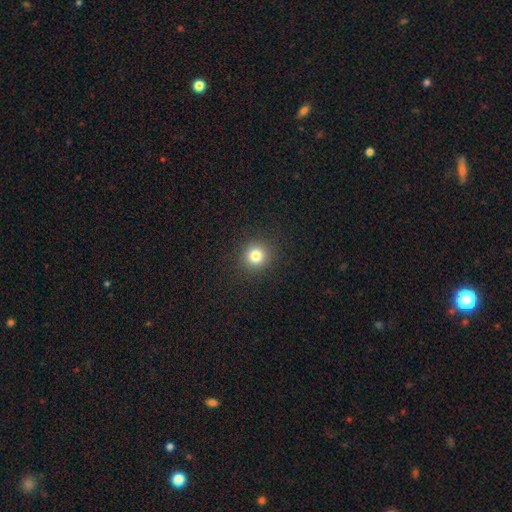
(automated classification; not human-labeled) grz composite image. It shows a smooth galaxy with no disk features (81%) that is round (93%). Merging: none (91%).